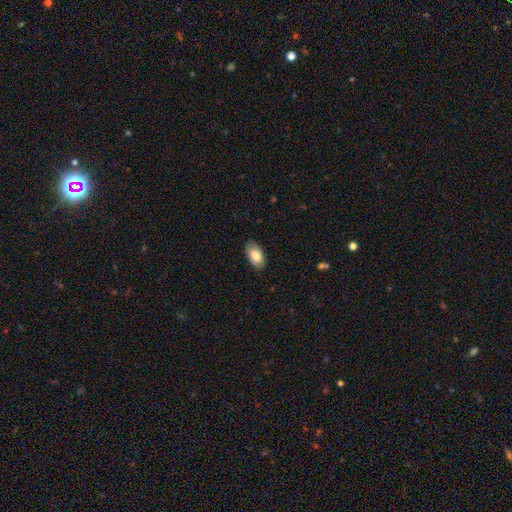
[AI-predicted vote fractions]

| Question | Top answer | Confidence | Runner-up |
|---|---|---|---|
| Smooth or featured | smooth | 83% | featured or disk (11%) |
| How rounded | in between | 94% | round (4%) |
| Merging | none | 85% | minor disturbance (12%) |